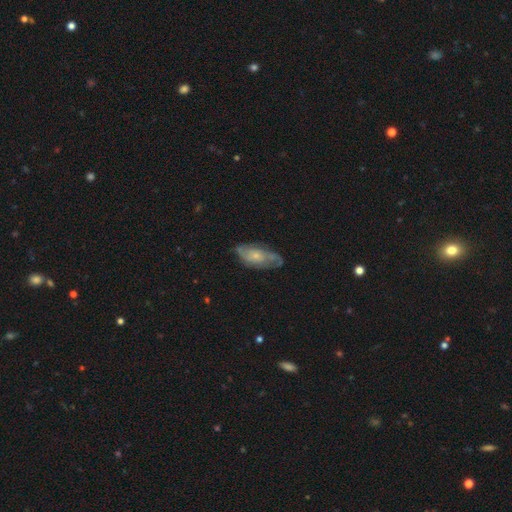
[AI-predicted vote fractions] A featured or disk galaxy (64%) with no bar (74%), spiral arms (81%) and a small central bulge (60%).

Vote fractions:
- Smooth or featured? featured or disk: 64% / smooth: 30% / star or artifact: 7%
- Edge-on disk? no: 90% / yes: 10%
- Bar? no: 74% / weak: 22% / strong: 4%
- Spiral arms? yes: 81% / no: 19%
- Bulge size? small: 60% / moderate: 30% / none: 6% / large: 2% / dominant: 1%
- Merging? none: 65% / minor disturbance: 24% / major disturbance: 9% / merger: 2%